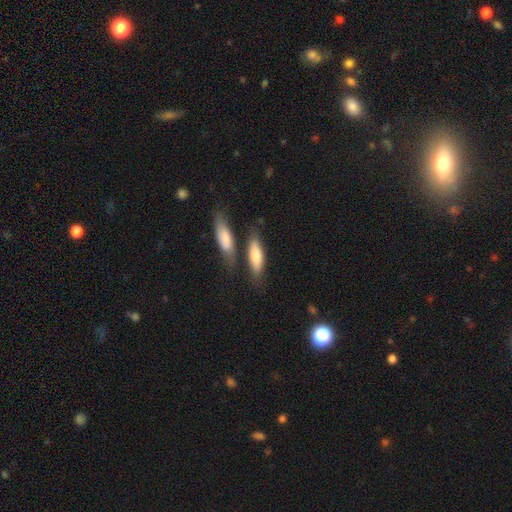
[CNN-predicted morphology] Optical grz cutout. It shows a smooth galaxy with no disk features (77%) that is in between round and cigar-shaped (51%). Merging: none (59%).